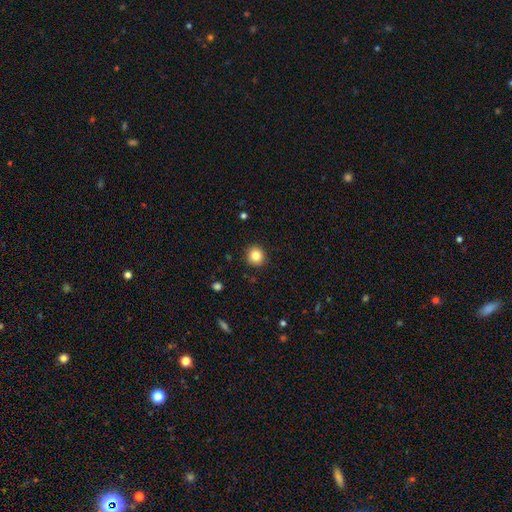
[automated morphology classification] smooth_or_featured: smooth (p=0.83) [alt: star or artifact p=0.10]
how_rounded: round (p=0.91) [alt: in between p=0.08]
merging: none (p=0.91) [alt: minor disturbance p=0.06]